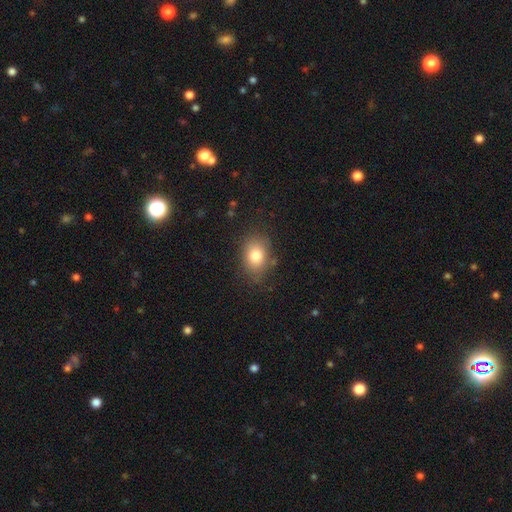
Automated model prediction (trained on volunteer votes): Smooth or featured: smooth — 79% (featured or disk — 11%)
How rounded: in between — 68% (round — 31%)
Merging: none — 77% (minor disturbance — 16%)